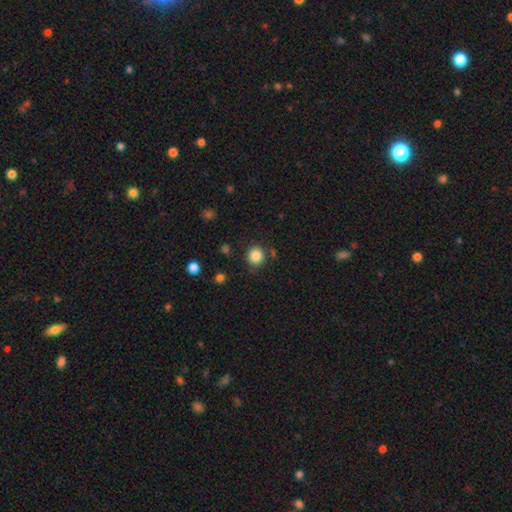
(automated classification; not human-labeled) The model was most divided on "smooth or featured": smooth: 85%, star or artifact: 10%, featured or disk: 4%. More confident: how rounded — round (90%); merging — none (84%).